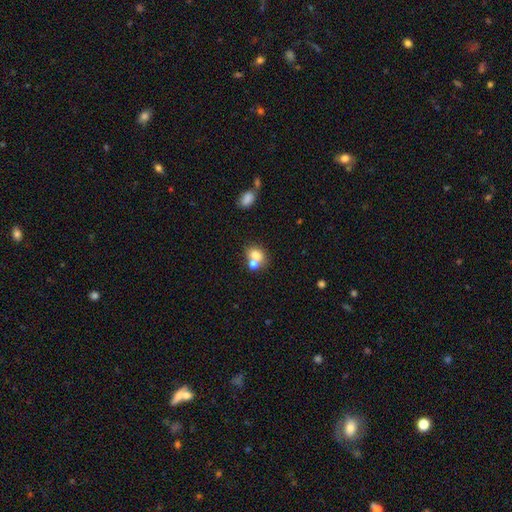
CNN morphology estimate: This is likely a smooth galaxy (73%). How rounded: possibly in between (51%). Merging: possibly merger (47%).